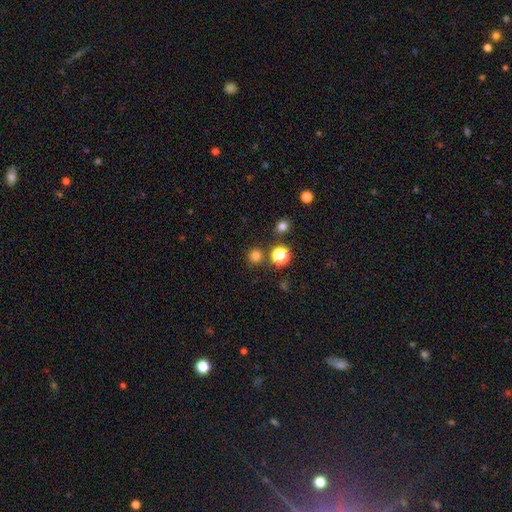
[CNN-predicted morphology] Overall: smooth (76%). How rounded: round (94%). Merging: none (84%).